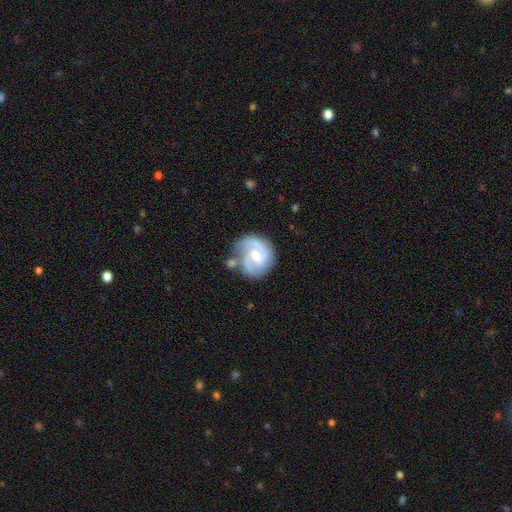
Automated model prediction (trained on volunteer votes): Q: Smooth or featured?
A: featured or disk (86%); runner-up: smooth (10%)
Q: Edge-on disk?
A: no (98%); runner-up: yes (2%)
Q: Bar?
A: weak (51%); runner-up: no (38%)
Q: Spiral arms?
A: yes (97%); runner-up: no (3%)
Q: Spiral winding?
A: medium (51%); runner-up: tight (37%)
Q: Spiral arm count?
A: 2 (68%); runner-up: 3 (18%)
Q: Bulge size?
A: moderate (59%); runner-up: small (36%)
Q: Merging?
A: none (63%); runner-up: minor disturbance (19%)